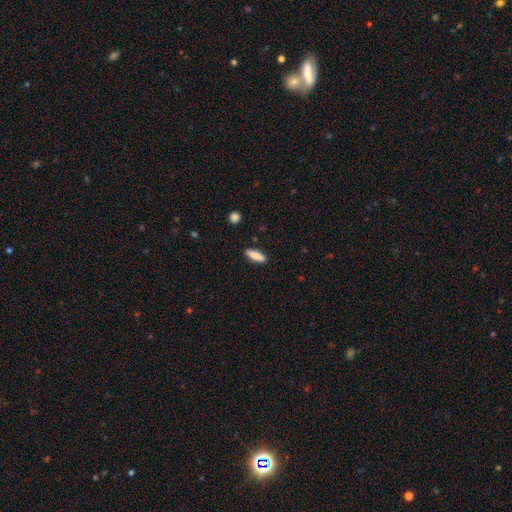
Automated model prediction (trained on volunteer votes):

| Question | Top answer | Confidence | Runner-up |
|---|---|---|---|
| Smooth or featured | smooth | 83% | featured or disk (11%) |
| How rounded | cigar-shaped | 56% | in between (42%) |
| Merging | none | 89% | minor disturbance (8%) |